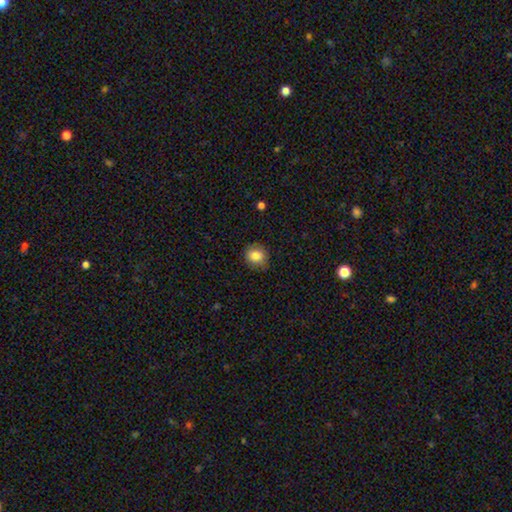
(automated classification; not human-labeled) Smooth or featured?
  - smooth: 83% *
  - star or artifact: 9%
  - featured or disk: 8%
How rounded?
  - round: 79% *
  - in between: 20%
  - cigar-shaped: 1%
Merging?
  - none: 83% *
  - minor disturbance: 13%
  - major disturbance: 3%
  - merger: 1%